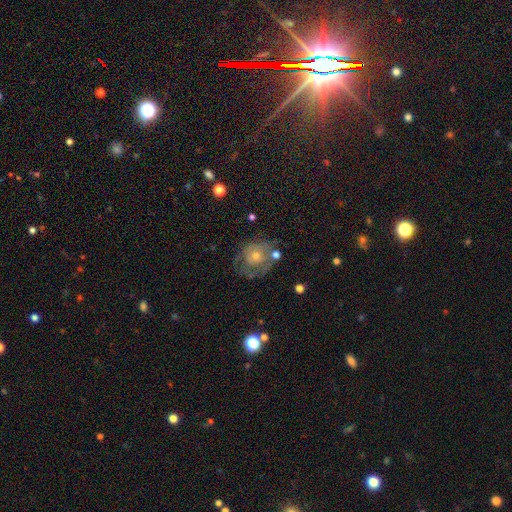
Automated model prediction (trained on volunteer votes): Q: Smooth or featured?
A: featured or disk (56%); runner-up: smooth (35%)
Q: Edge-on disk?
A: no (97%); runner-up: yes (3%)
Q: Bar?
A: no (84%); runner-up: weak (13%)
Q: Spiral arms?
A: yes (51%); runner-up: no (49%)
Q: Bulge size?
A: small (52%); runner-up: moderate (41%)
Q: Merging?
A: none (42%); runner-up: major disturbance (25%)